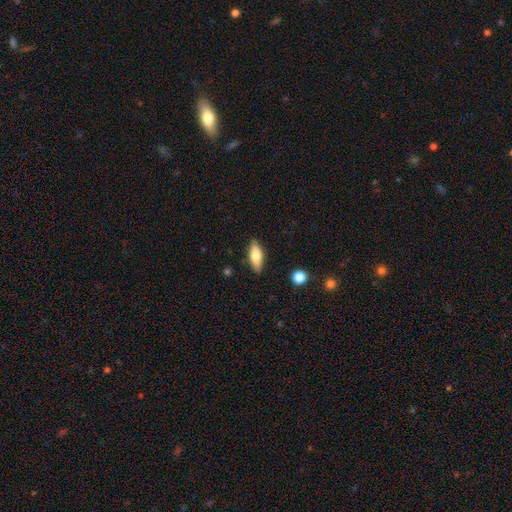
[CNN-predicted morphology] Q: Smooth or featured?
A: smooth (71%); runner-up: featured or disk (23%)
Q: How rounded?
A: in between (76%); runner-up: cigar-shaped (21%)
Q: Merging?
A: none (85%); runner-up: minor disturbance (11%)